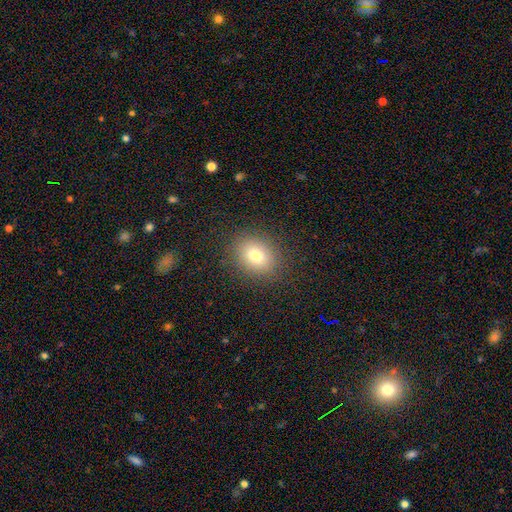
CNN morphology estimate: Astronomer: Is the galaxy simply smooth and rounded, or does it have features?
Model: smooth — 78%.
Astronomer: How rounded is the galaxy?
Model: round — 53% (runner-up: in between, 46%).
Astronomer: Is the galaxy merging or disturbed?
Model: none — 88%.